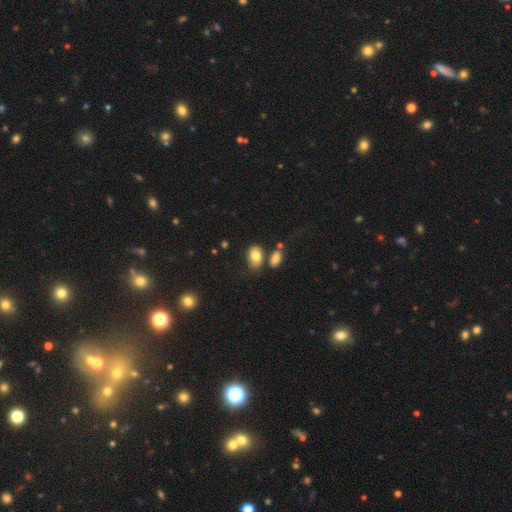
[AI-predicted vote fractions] smooth-or-featured: smooth: 80% | featured or disk: 11% | star or artifact: 9%
  how-rounded: in between: 85% | round: 14% | cigar-shaped: 1%
  merging: none: 63% | minor disturbance: 16% | merger: 16% | major disturbance: 5%